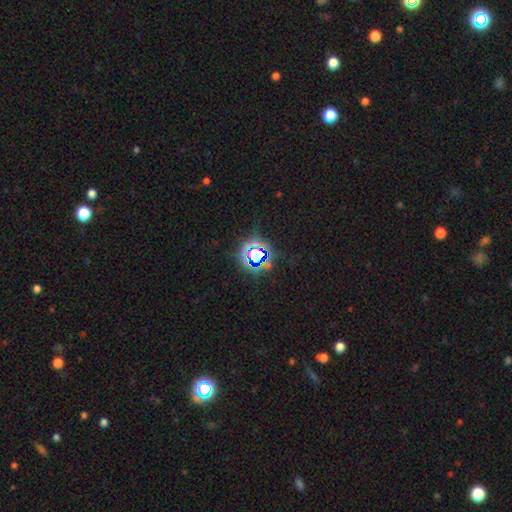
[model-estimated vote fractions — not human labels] Smooth or featured? star or artifact (76%)